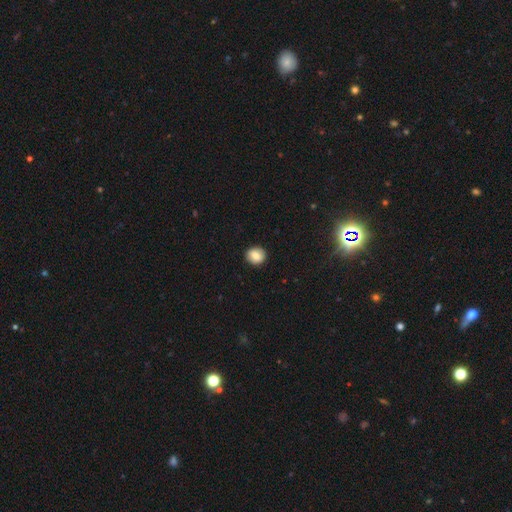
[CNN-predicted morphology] Smooth or featured? smooth (83%)
How rounded? round (75%)
Merging? none (89%)